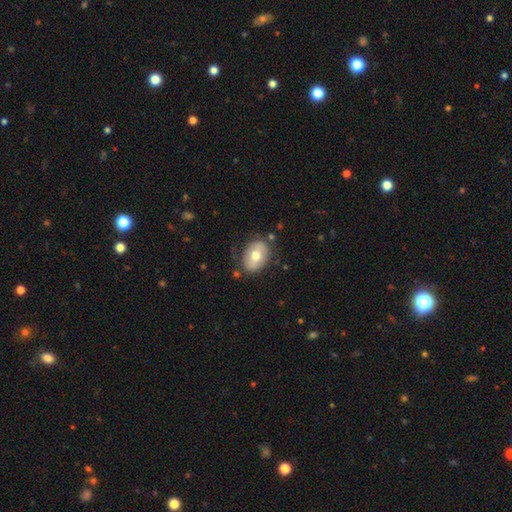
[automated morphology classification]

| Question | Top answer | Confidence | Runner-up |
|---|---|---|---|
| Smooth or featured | smooth | 65% | featured or disk (28%) |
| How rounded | in between | 76% | round (23%) |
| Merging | none | 78% | minor disturbance (15%) |